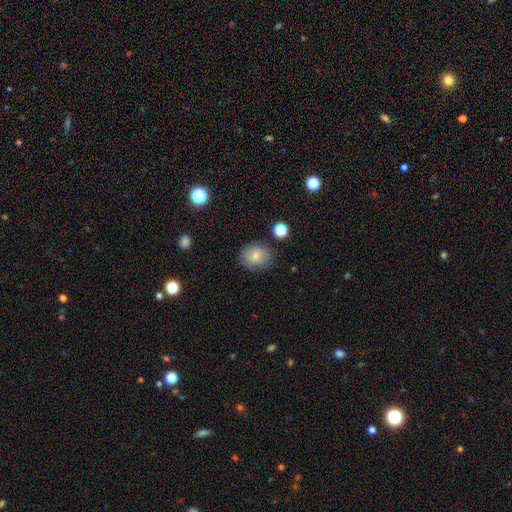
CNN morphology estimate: This appears to be a smooth galaxy with no disk features (75%) that is round (65%). Merging: none (82%).